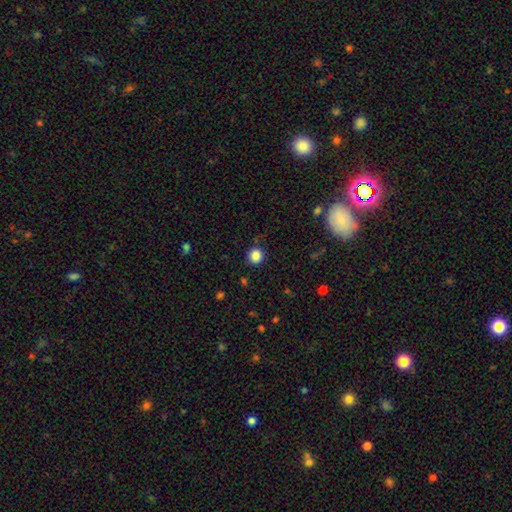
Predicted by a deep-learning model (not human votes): smooth_or_featured: smooth (p=0.85) [alt: star or artifact p=0.11]
how_rounded: round (p=0.90) [alt: in between p=0.09]
merging: none (p=0.87) [alt: minor disturbance p=0.09]